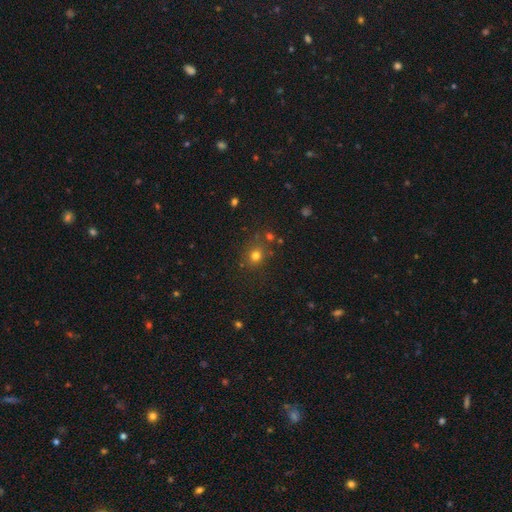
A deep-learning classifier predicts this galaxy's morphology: This is likely a smooth galaxy (74%). How rounded: clearly round (81%). Merging: likely none (76%).